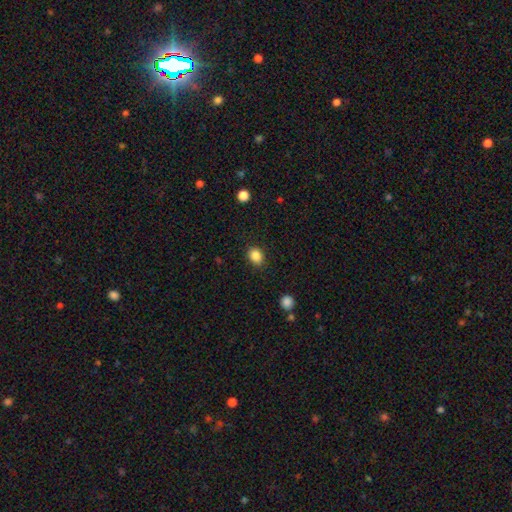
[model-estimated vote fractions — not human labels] The model was most divided on "how rounded": in between: 50%, round: 49%, cigar-shaped: 1%. More confident: merging — none (86%); smooth or featured — smooth (86%).